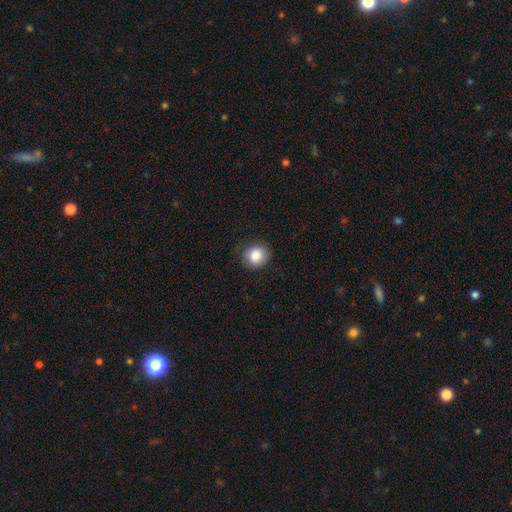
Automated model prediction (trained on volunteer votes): A smooth galaxy with no disk features (86%) that is round (91%).

Vote fractions:
- Smooth or featured? smooth: 86% / star or artifact: 9% / featured or disk: 5%
- How rounded? round: 91% / in between: 8% / cigar-shaped: 1%
- Merging? none: 88% / minor disturbance: 9% / major disturbance: 2% / merger: 1%